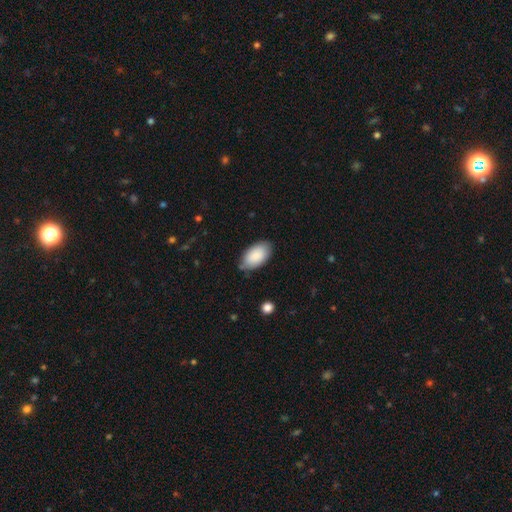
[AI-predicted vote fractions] Smooth or featured?
  - smooth: 89% *
  - star or artifact: 6%
  - featured or disk: 5%
How rounded?
  - in between: 95% *
  - round: 3%
  - cigar-shaped: 2%
Merging?
  - none: 77% *
  - minor disturbance: 18%
  - major disturbance: 3%
  - merger: 2%